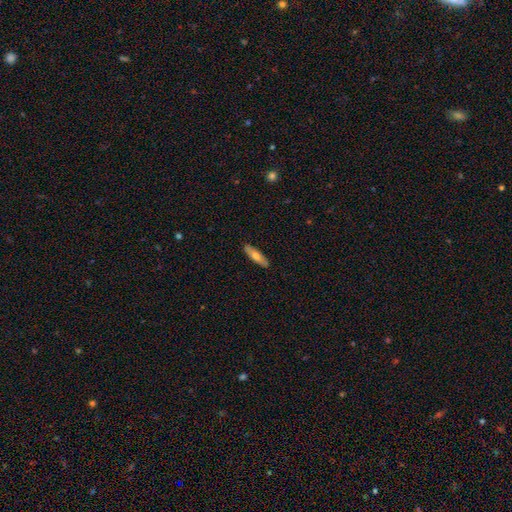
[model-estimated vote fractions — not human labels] Smooth or featured?
  - smooth: 67% *
  - featured or disk: 28%
  - star or artifact: 6%
How rounded?
  - cigar-shaped: 68% *
  - in between: 30%
  - round: 2%
Merging?
  - none: 89% *
  - minor disturbance: 8%
  - major disturbance: 2%
  - merger: 1%